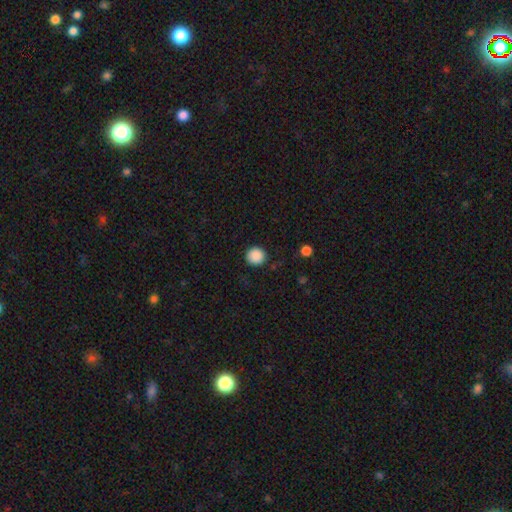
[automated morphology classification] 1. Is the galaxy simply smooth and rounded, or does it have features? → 88% smooth, 9% star or artifact, 2% featured or disk.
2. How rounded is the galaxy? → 94% round, 5% in between, 1% cigar-shaped.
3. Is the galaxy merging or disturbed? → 89% none, 7% minor disturbance, 3% major disturbance, 1% merger.